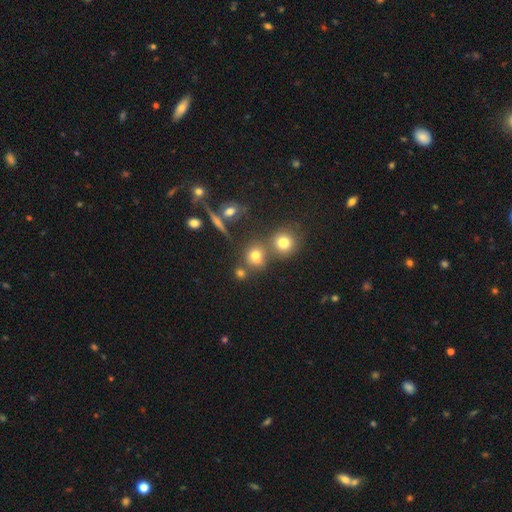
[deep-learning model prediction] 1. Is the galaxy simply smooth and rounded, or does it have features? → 70% smooth, 19% star or artifact, 12% featured or disk.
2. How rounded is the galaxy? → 81% round, 17% in between, 2% cigar-shaped.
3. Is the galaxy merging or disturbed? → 62% none, 24% merger, 10% minor disturbance, 5% major disturbance.